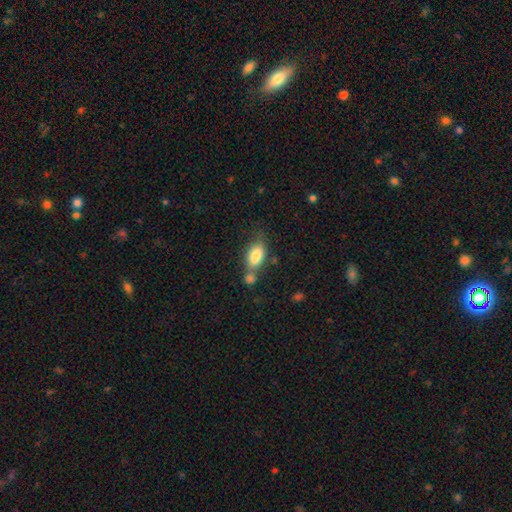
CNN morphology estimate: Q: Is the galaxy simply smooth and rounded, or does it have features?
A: smooth — 81%.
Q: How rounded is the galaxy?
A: in between — 87%.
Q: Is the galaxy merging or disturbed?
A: none — 41%.